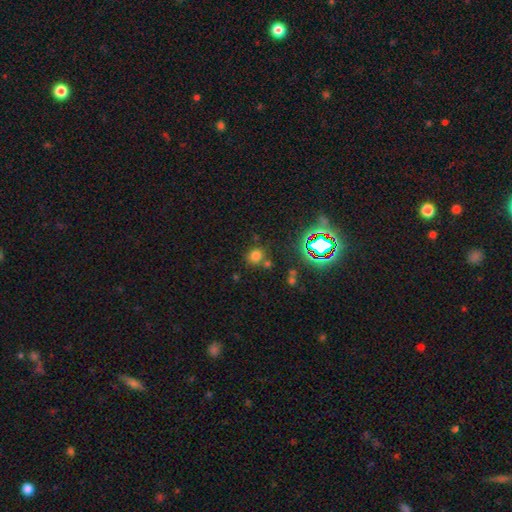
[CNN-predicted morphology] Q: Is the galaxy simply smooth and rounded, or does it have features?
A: smooth — 69%.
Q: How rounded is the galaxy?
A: round — 83%.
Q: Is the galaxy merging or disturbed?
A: none — 72%.